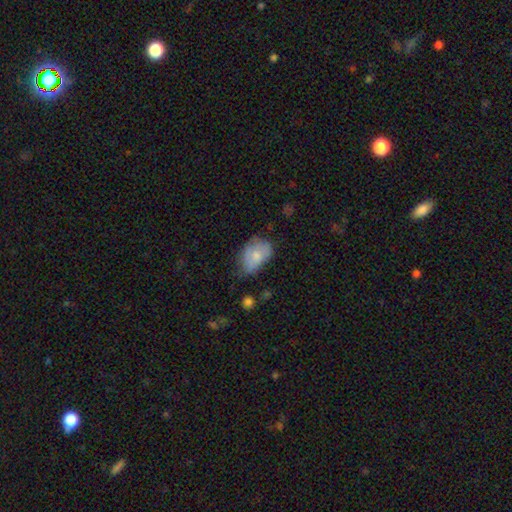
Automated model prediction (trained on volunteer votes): A smooth galaxy with no disk features (70%) that is in between round and cigar-shaped (83%).

Vote fractions:
- Smooth or featured? smooth: 70% / featured or disk: 23% / star or artifact: 8%
- How rounded? in between: 83% / round: 16% / cigar-shaped: 1%
- Merging? minor disturbance: 41% / none: 39% / major disturbance: 17% / merger: 3%